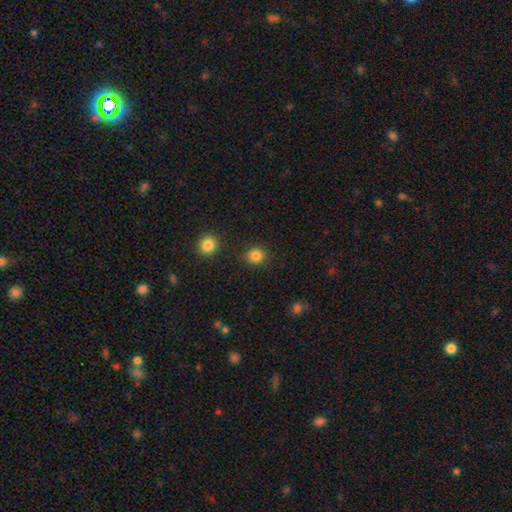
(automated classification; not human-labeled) Overall: smooth (84%). How rounded: round (88%). Merging: none (88%).